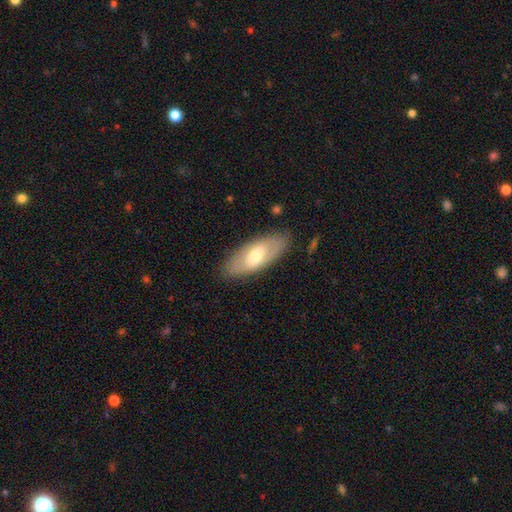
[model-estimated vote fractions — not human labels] Overall: smooth (56%; featured or disk 39%). How rounded: in between (81%). Merging: none (84%).